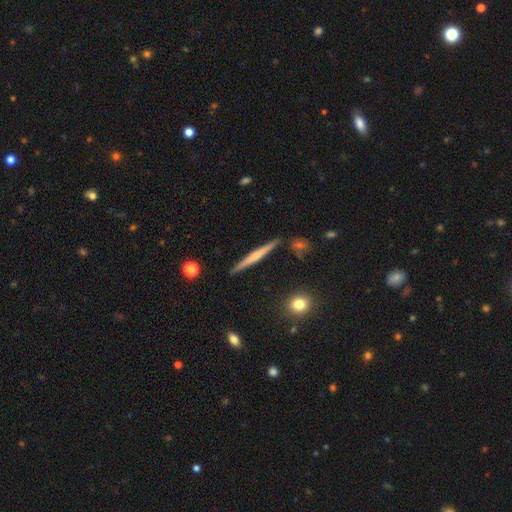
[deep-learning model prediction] smooth_or_featured: featured or disk (p=0.55) [alt: smooth p=0.39]
disk_edge_on: yes (p=0.97) [alt: no p=0.03]
edge_on_bulge: none (p=0.58) [alt: rounded p=0.32]
merging: none (p=0.88) [alt: minor disturbance p=0.08]